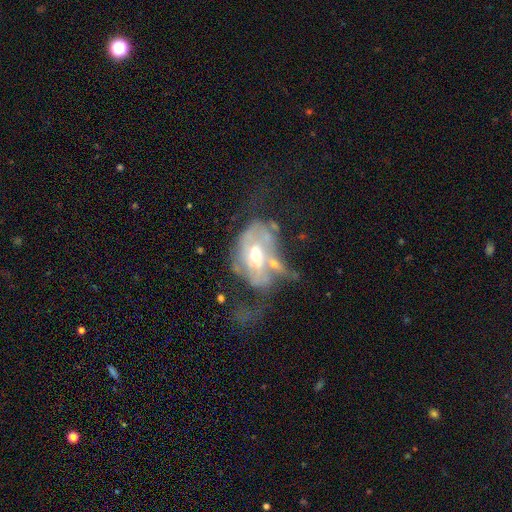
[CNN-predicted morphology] Smooth or featured? featured or disk (69%)
Edge-on disk? no (95%)
Bar? no (62%)
Spiral arms? no (51%)
Bulge size? moderate (68%)
Merging? major disturbance (40%)